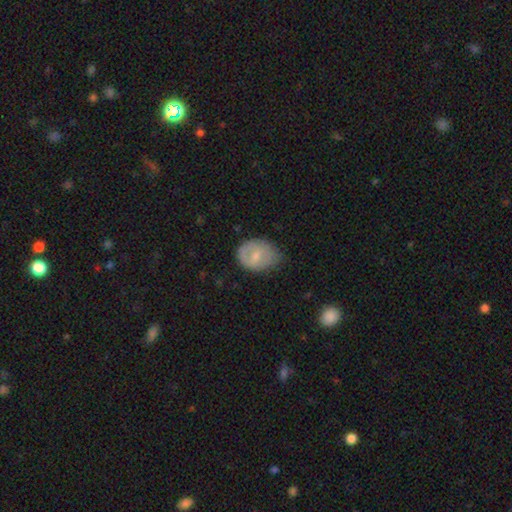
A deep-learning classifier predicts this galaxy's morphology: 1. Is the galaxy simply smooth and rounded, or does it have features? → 57% smooth, 36% featured or disk, 7% star or artifact.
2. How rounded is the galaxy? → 62% in between, 37% round, 1% cigar-shaped.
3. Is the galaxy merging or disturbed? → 50% none, 37% minor disturbance, 11% major disturbance, 2% merger.